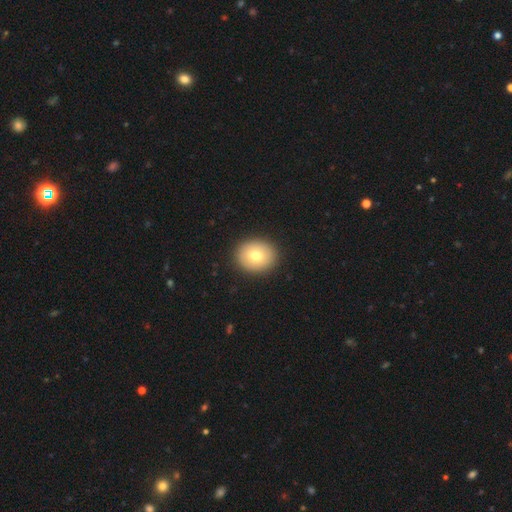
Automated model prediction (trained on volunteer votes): A smooth galaxy with no disk features (73%) that is round (69%). Merging: none (90%).